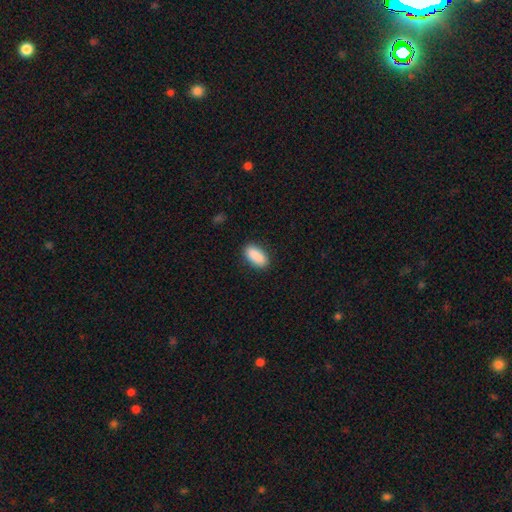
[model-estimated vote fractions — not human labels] This appears to be a smooth galaxy with no disk features (90%) that is in between round and cigar-shaped (89%). Merging: none (88%).